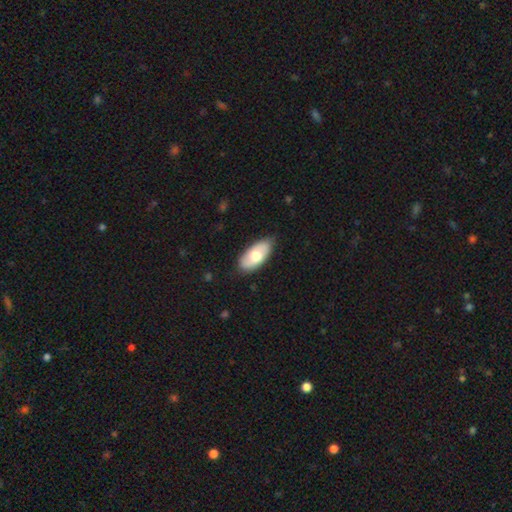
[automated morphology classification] Smooth or featured? smooth (63%)
How rounded? in between (93%)
Merging? none (81%)